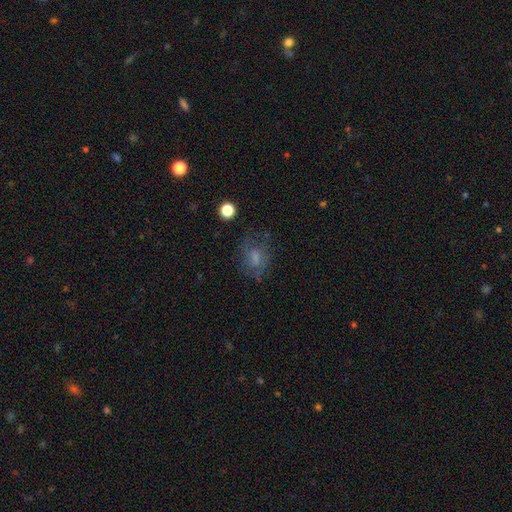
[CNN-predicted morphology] A smooth galaxy with no disk features (48%).

Vote fractions:
- Smooth or featured? smooth: 48% / featured or disk: 36% / star or artifact: 15%
- Merging? none: 61% / minor disturbance: 21% / major disturbance: 16% / merger: 2%